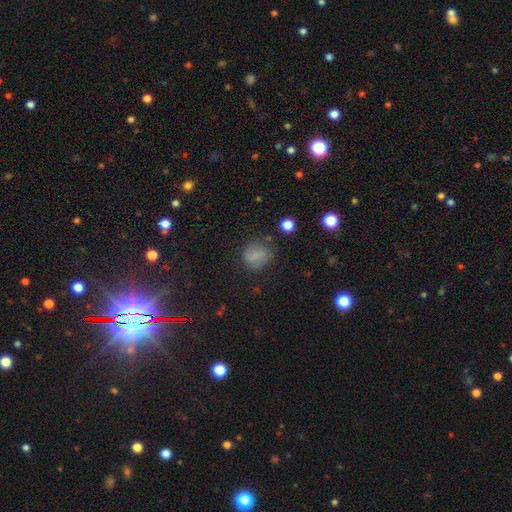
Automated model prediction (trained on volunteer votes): Morphology: type=smooth (72%); roundness=round (69%); merging=none (69%).